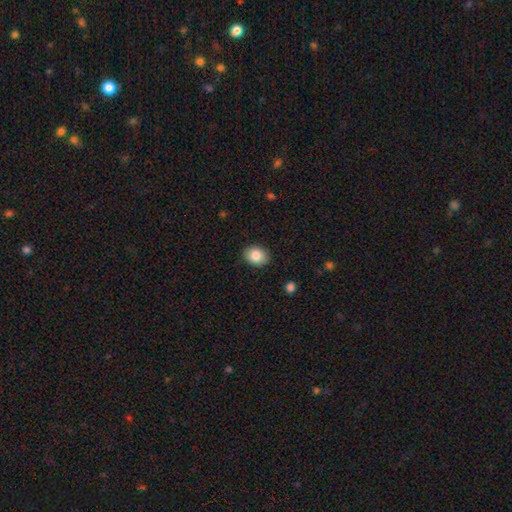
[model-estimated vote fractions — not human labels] smooth 84%, star or artifact 8%, featured or disk 8%. Down the decision tree: how rounded — in between (56%); merging — none (88%).